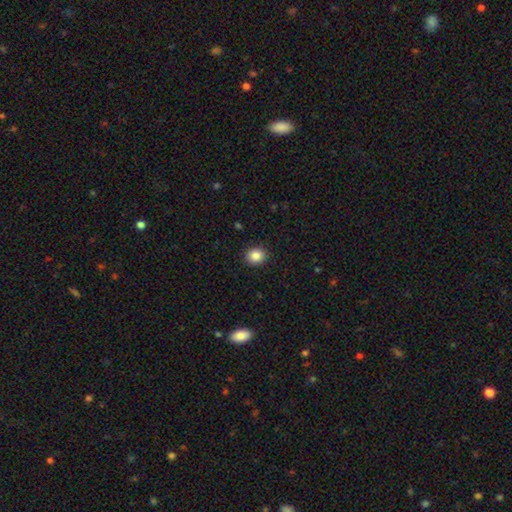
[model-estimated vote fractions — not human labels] Morphology: type=smooth (86%); roundness=round (72%); merging=none (91%).